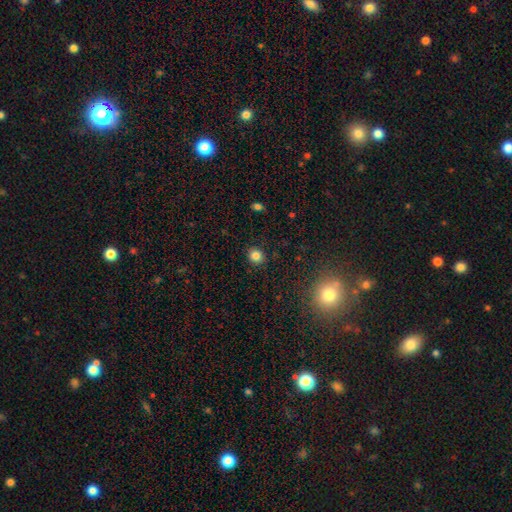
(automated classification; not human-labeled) This is clearly a smooth galaxy (83%). How rounded: clearly round (81%). Merging: clearly none (90%).